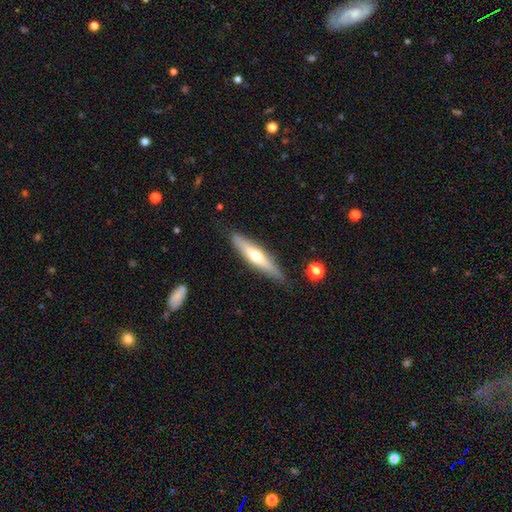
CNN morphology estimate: A featured or disk galaxy (53%) viewed edge-on (90%).

Vote fractions:
- Smooth or featured? featured or disk: 53% / smooth: 42% / star or artifact: 6%
- Edge-on disk? yes: 90% / no: 10%
- Merging? none: 85% / minor disturbance: 11% / major disturbance: 2% / merger: 2%